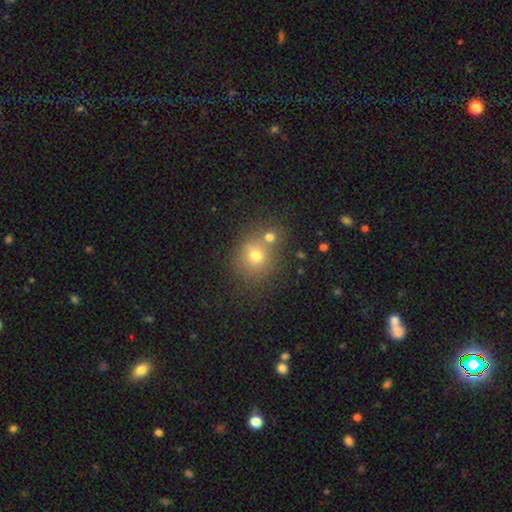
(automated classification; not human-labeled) A smooth galaxy with no disk features (69%) that is round (82%).

Vote fractions:
- Smooth or featured? smooth: 69% / star or artifact: 17% / featured or disk: 14%
- How rounded? round: 82% / in between: 17% / cigar-shaped: 1%
- Merging? none: 57% / merger: 29% / minor disturbance: 10% / major disturbance: 4%